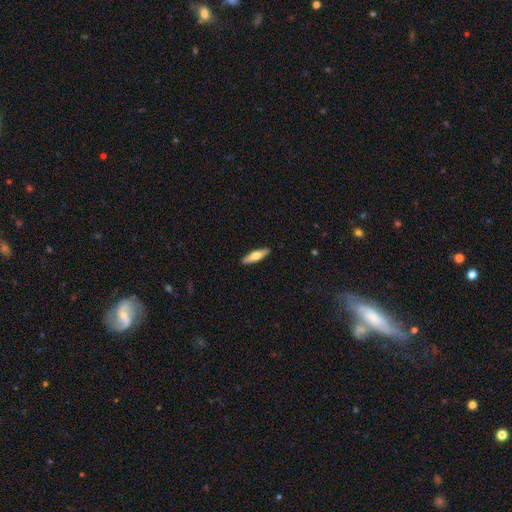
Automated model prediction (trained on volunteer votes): smooth-or-featured: smooth: 55% | featured or disk: 40% | star or artifact: 5%
  how-rounded: cigar-shaped: 66% | in between: 32% | round: 2%
  merging: none: 91% | minor disturbance: 7% | major disturbance: 1% | merger: 1%